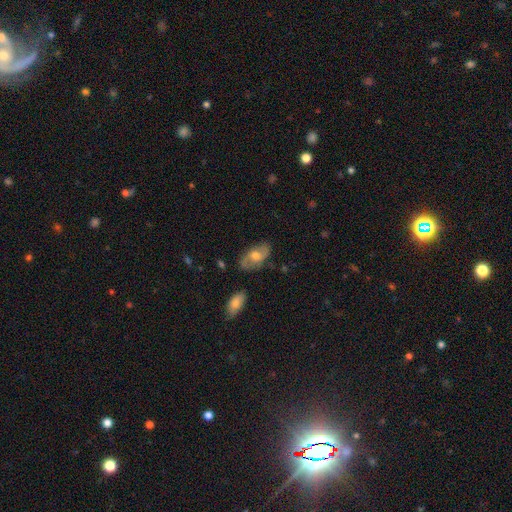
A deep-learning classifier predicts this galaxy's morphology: Overall: featured or disk (53%; smooth 40%). Edge-on disk: no (91%). Merging: none (77%).